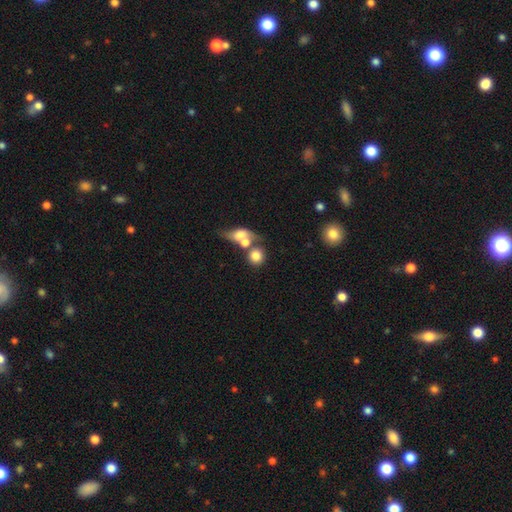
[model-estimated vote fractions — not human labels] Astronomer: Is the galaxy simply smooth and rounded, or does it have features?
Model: smooth — 77%.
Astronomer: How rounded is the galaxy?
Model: round — 78%.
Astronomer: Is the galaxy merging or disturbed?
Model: merger — 43% (runner-up: none, 41%).